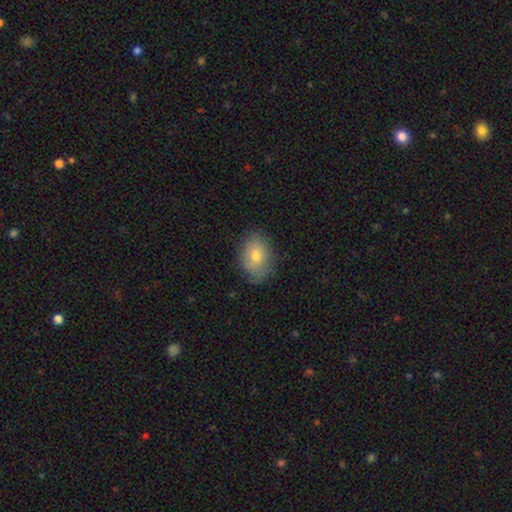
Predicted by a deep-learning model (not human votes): Morphology: type=smooth (75%); roundness=in between (73%); merging=none (75%).